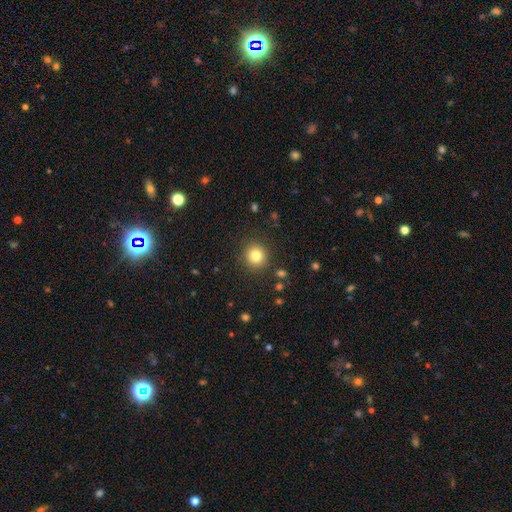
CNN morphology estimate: A smooth galaxy with no disk features (81%) that is round (92%).

Vote fractions:
- Smooth or featured? smooth: 81% / star or artifact: 12% / featured or disk: 7%
- How rounded? round: 92% / in between: 7% / cigar-shaped: 1%
- Merging? none: 89% / minor disturbance: 7% / major disturbance: 3% / merger: 2%